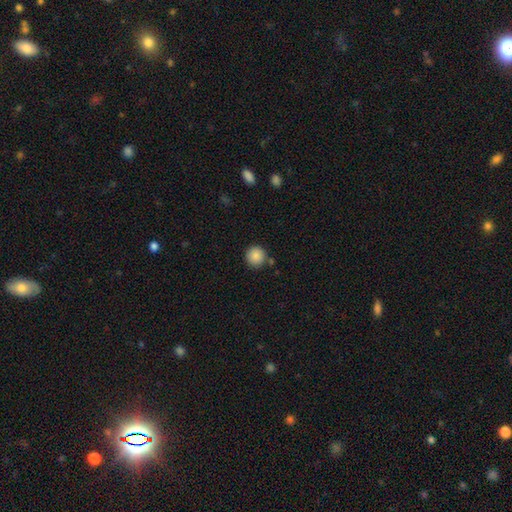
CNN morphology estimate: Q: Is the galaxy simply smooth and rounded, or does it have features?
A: smooth — 88%.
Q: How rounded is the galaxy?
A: round — 95%.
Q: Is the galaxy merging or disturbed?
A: none — 85%.